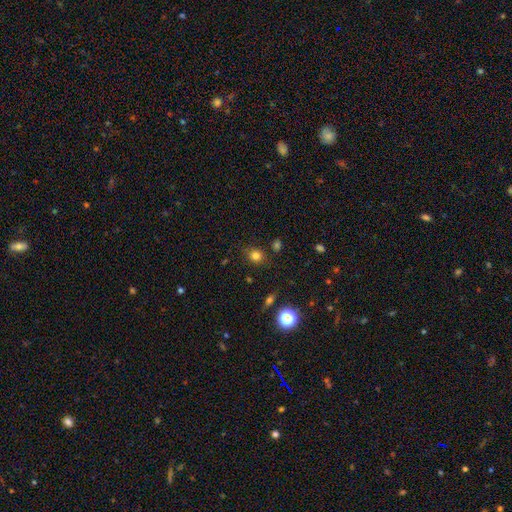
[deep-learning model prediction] Morphology: type=smooth (78%); roundness=round (75%); merging=none (82%).